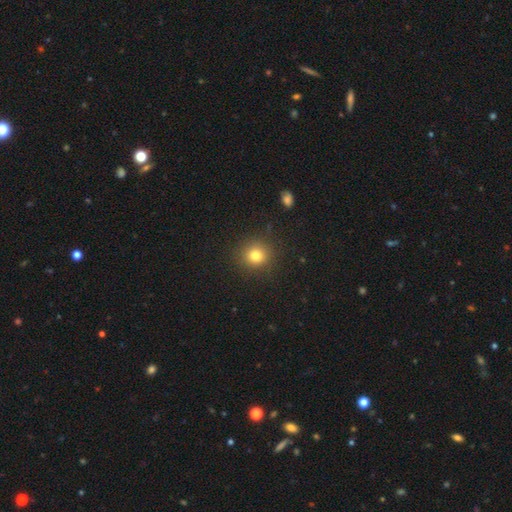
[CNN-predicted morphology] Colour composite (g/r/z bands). It shows a smooth galaxy with no disk features (80%) that is round (89%). Merging: none (89%).